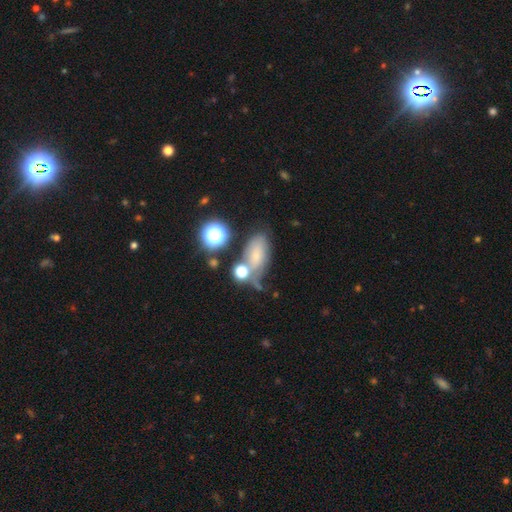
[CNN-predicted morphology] smooth_or_featured: smooth (p=0.56) [alt: featured or disk p=0.24]
how_rounded: in between (p=0.82) [alt: round p=0.13]
merging: none (p=0.42) [alt: minor disturbance p=0.24]